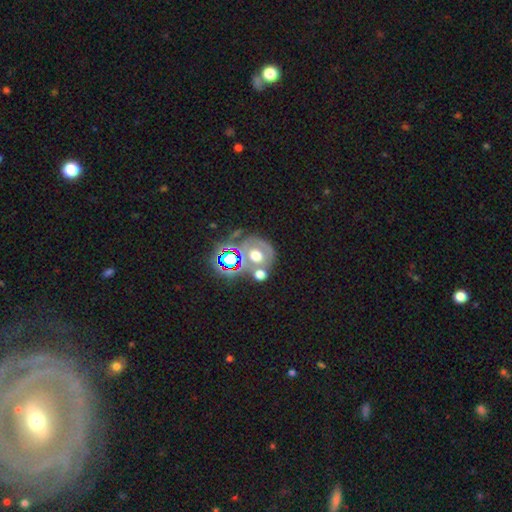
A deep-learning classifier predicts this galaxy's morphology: A smooth galaxy with no disk features (36%, tied with featured or disk). Merging: none (50%).